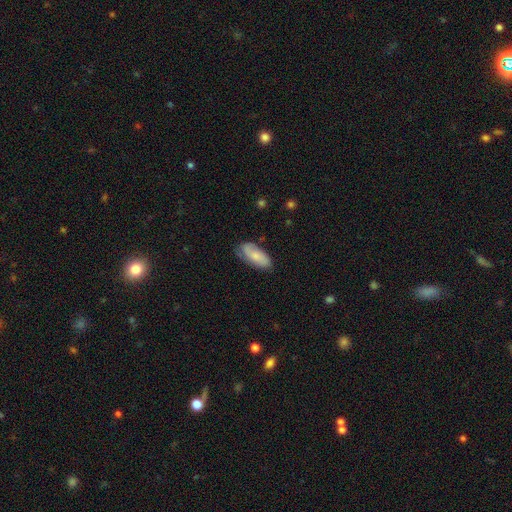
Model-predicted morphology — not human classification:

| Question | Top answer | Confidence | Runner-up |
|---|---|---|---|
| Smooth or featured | smooth | 64% | featured or disk (30%) |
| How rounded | in between | 86% | cigar-shaped (12%) |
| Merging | none | 65% | minor disturbance (27%) |